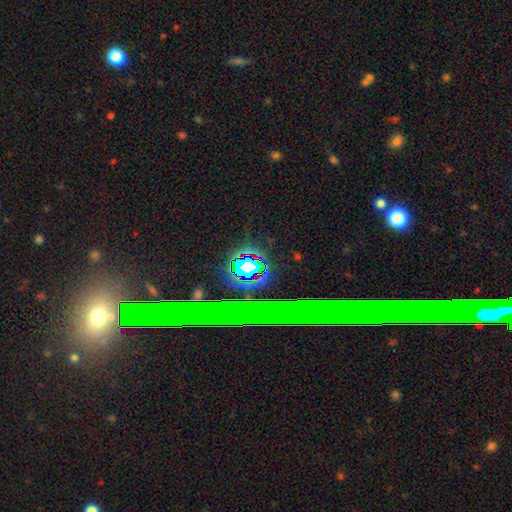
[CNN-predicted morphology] Smooth or featured? Predicted: star or artifact (p=0.74).